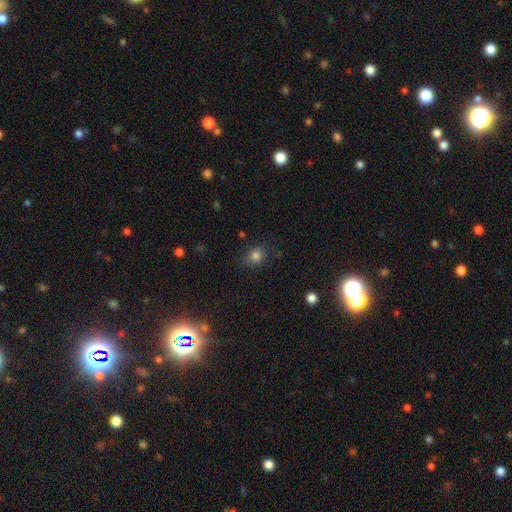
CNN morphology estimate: smooth_or_featured: smooth (p=0.81) [alt: star or artifact p=0.12]
how_rounded: round (p=0.54) [alt: in between p=0.45]
merging: none (p=0.78) [alt: minor disturbance p=0.16]